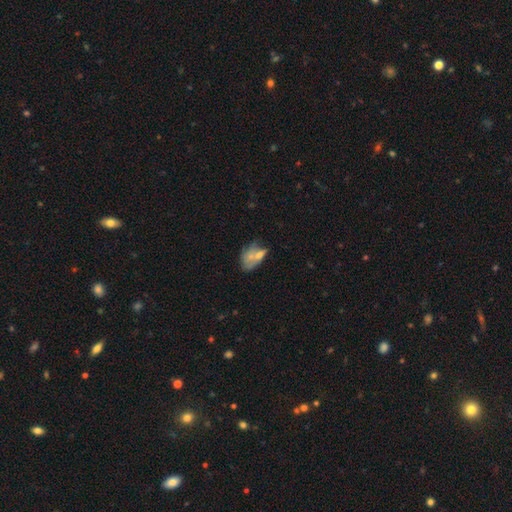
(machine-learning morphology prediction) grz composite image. It shows a smooth galaxy with no disk features (60%) that is in between round and cigar-shaped (83%). Merging: none (32%).